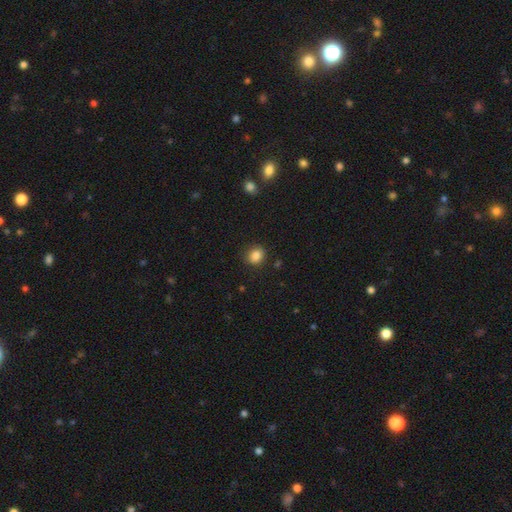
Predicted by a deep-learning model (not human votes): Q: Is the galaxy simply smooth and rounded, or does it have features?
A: smooth — 86%.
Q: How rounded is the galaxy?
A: round — 65%.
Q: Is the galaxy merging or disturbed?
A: none — 86%.